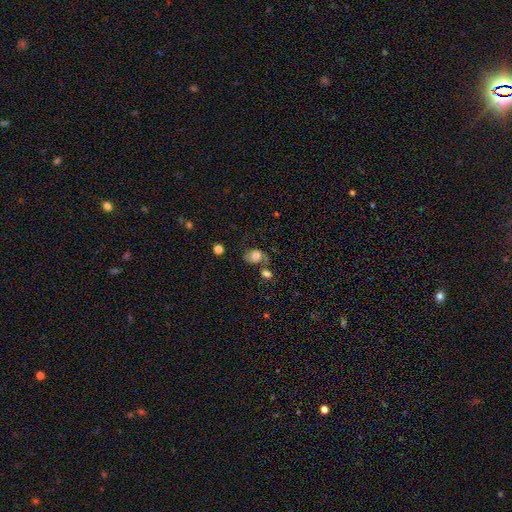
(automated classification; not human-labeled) smooth-or-featured: smooth: 48% | featured or disk: 40% | star or artifact: 12%
  merging: none: 45% | minor disturbance: 22% | merger: 18% | major disturbance: 15%